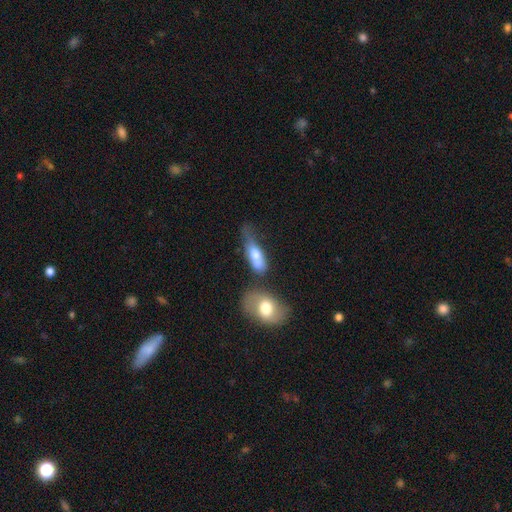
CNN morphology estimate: This appears to be a smooth galaxy with no disk features (67%) that is in between round and cigar-shaped (64%). Merging: merger (26%, tied with none and minor disturbance).